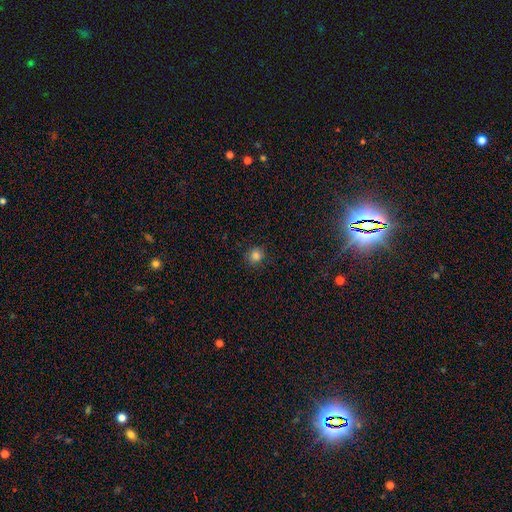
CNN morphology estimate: Smooth or featured?
  - smooth: 82% *
  - star or artifact: 14%
  - featured or disk: 4%
How rounded?
  - round: 87% *
  - in between: 12%
  - cigar-shaped: 1%
Merging?
  - none: 85% *
  - minor disturbance: 11%
  - major disturbance: 3%
  - merger: 1%